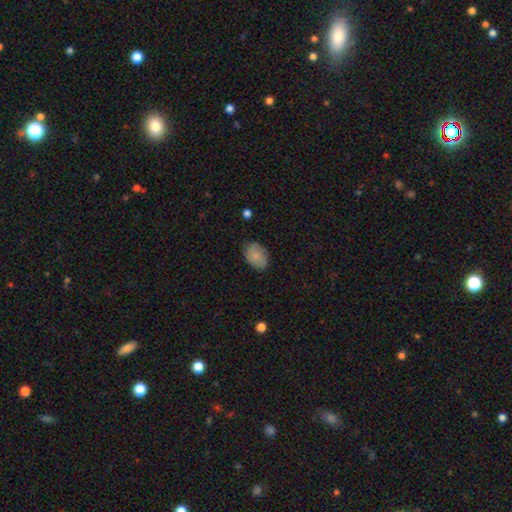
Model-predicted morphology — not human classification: Overall: smooth (79%). How rounded: in between (83%). Merging: none (75%).